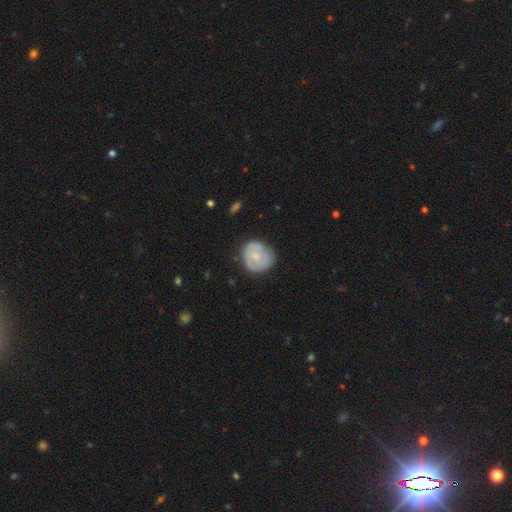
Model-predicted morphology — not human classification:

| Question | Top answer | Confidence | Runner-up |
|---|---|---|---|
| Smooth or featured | smooth | 52% | featured or disk (42%) |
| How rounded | round | 83% | in between (16%) |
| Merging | none | 67% | minor disturbance (24%) |